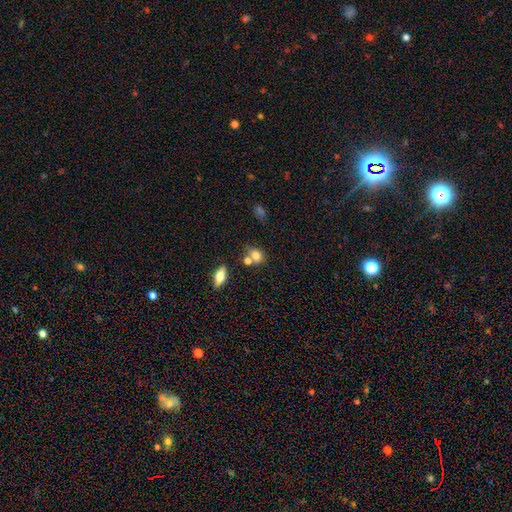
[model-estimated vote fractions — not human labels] smooth 75%, featured or disk 14%, star or artifact 12%. Down the decision tree: how rounded — in between (52%); merging — none (47%).